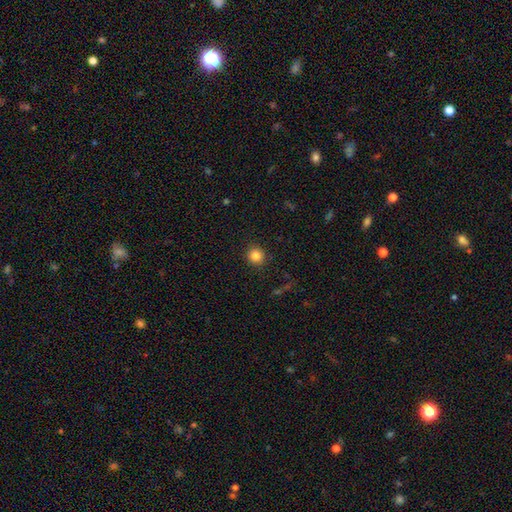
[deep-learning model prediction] A smooth galaxy with no disk features (83%) that is round (92%).

Vote fractions:
- Smooth or featured? smooth: 83% / star or artifact: 11% / featured or disk: 6%
- How rounded? round: 92% / in between: 7% / cigar-shaped: 1%
- Merging? none: 91% / minor disturbance: 6% / major disturbance: 2% / merger: 1%